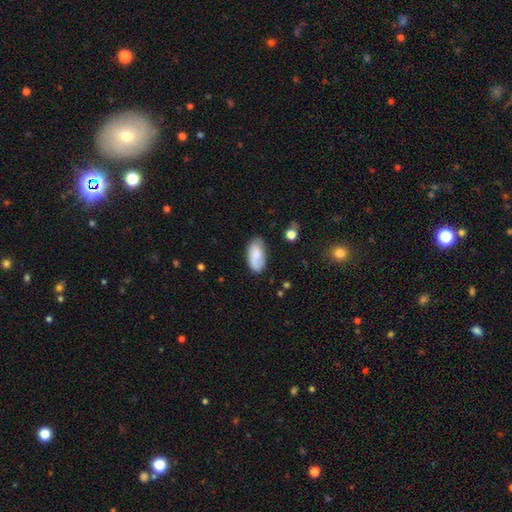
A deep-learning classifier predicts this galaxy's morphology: smooth-or-featured: smooth: 78% | featured or disk: 16% | star or artifact: 7%
  how-rounded: in between: 93% | cigar-shaped: 4% | round: 2%
  merging: none: 70% | minor disturbance: 22% | major disturbance: 6% | merger: 3%